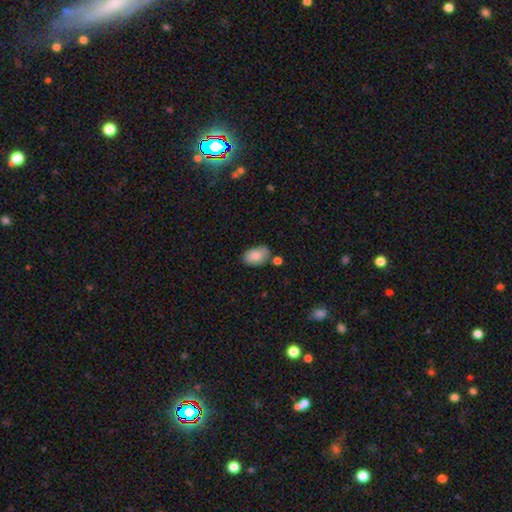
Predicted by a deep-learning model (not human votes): This is clearly a smooth galaxy (82%). How rounded: clearly in between (91%). Merging: likely none (68%).